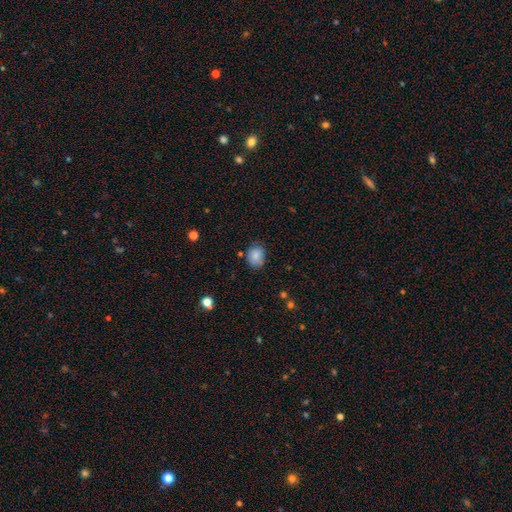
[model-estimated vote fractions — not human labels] A smooth galaxy with no disk features (84%) that is round (53%).

Vote fractions:
- Smooth or featured? smooth: 84% / star or artifact: 9% / featured or disk: 7%
- How rounded? round: 53% / in between: 46% / cigar-shaped: 1%
- Merging? none: 72% / minor disturbance: 21% / major disturbance: 4% / merger: 2%